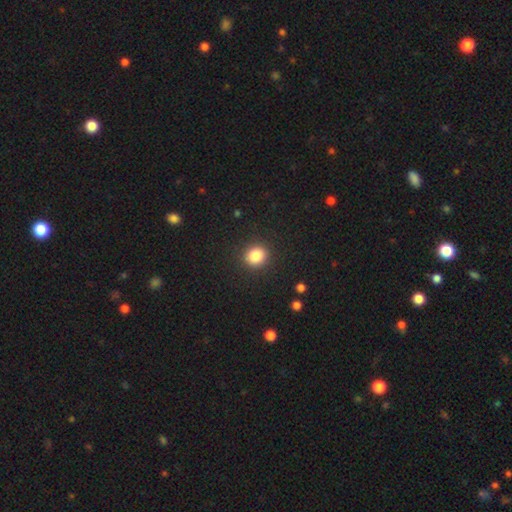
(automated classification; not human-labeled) Q: Smooth or featured?
A: smooth (85%); runner-up: star or artifact (10%)
Q: How rounded?
A: round (81%); runner-up: in between (18%)
Q: Merging?
A: none (90%); runner-up: minor disturbance (6%)